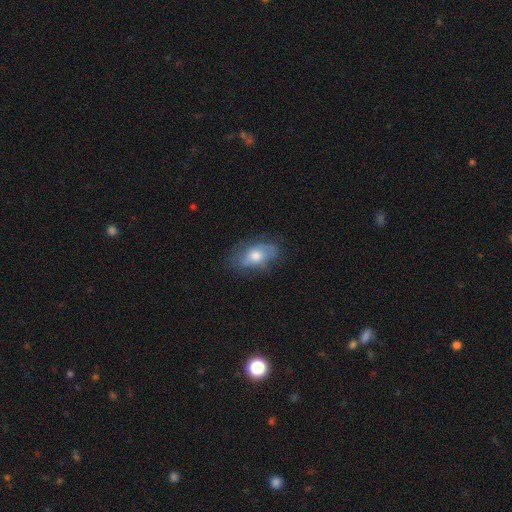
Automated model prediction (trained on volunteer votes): Smooth or featured? smooth (59%)
How rounded? in between (86%)
Merging? none (70%)